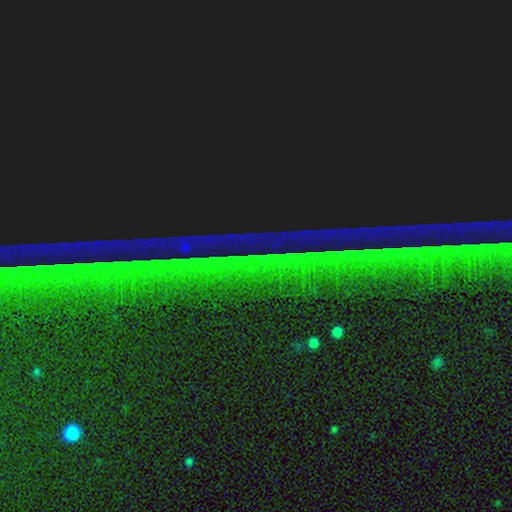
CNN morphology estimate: type=star or artifact (87%).